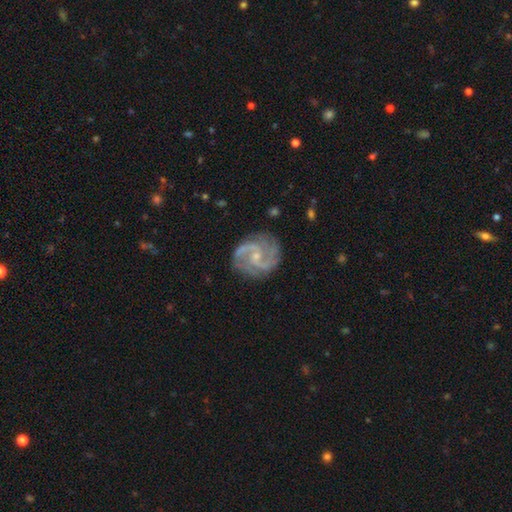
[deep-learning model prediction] Smooth or featured? Predicted: featured or disk (p=0.90). Edge-on disk? Predicted: no (p=0.98). Bar? Predicted: no (p=0.49). Spiral arms? Predicted: yes (p=0.98). Spiral winding? Predicted: medium (p=0.58). Spiral arm count? Predicted: 2 (p=0.72). Bulge size? Predicted: small (p=0.72). Merging? Predicted: none (p=0.79).